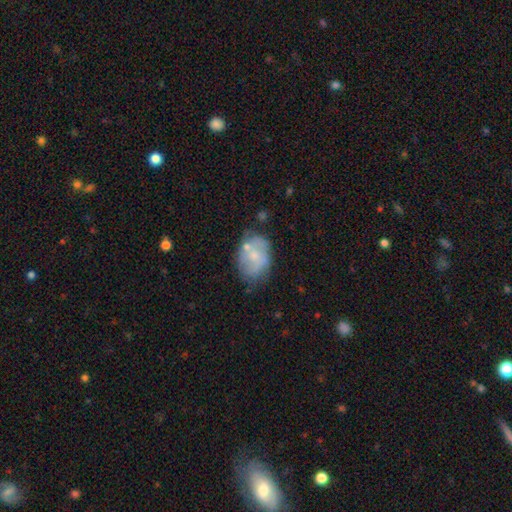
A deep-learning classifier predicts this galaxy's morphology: Q: Smooth or featured?
A: smooth (47%); runner-up: featured or disk (46%)
Q: Merging?
A: none (49%); runner-up: minor disturbance (27%)